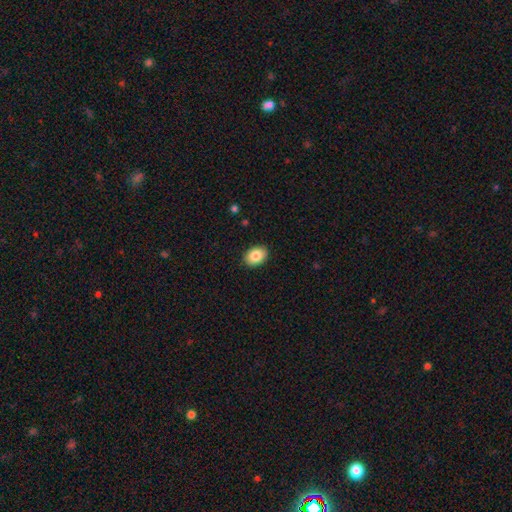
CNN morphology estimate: smooth 86%, star or artifact 7%, featured or disk 7%. Down the decision tree: how rounded — in between (78%); merging — none (90%).